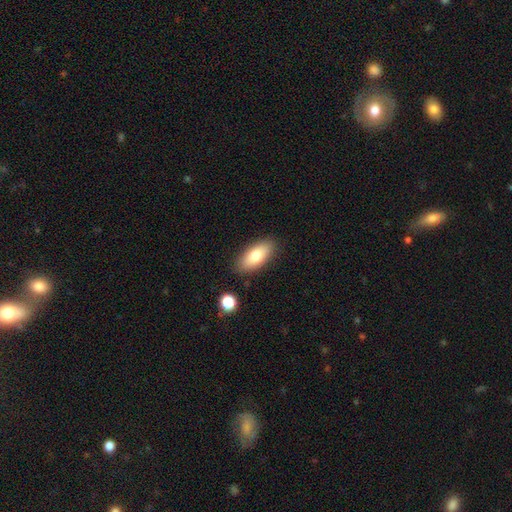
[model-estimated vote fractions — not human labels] A smooth galaxy with no disk features (76%) that is in between round and cigar-shaped (86%).

Vote fractions:
- Smooth or featured? smooth: 76% / featured or disk: 17% / star or artifact: 7%
- How rounded? in between: 86% / cigar-shaped: 11% / round: 3%
- Merging? none: 86% / minor disturbance: 10% / major disturbance: 2% / merger: 2%